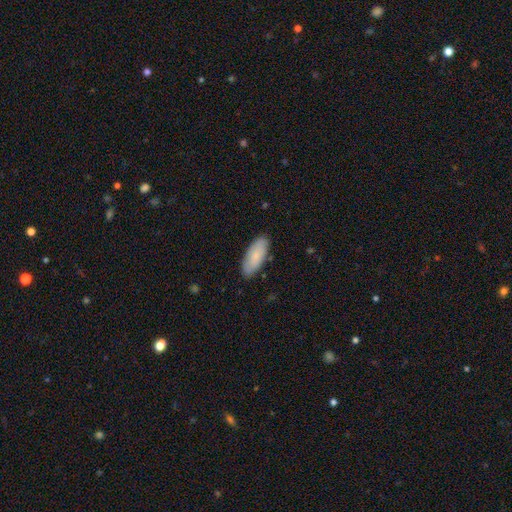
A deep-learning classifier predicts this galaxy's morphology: smooth_or_featured: smooth (p=0.81) [alt: featured or disk p=0.13]
how_rounded: in between (p=0.79) [alt: cigar-shaped p=0.20]
merging: none (p=0.86) [alt: minor disturbance p=0.11]